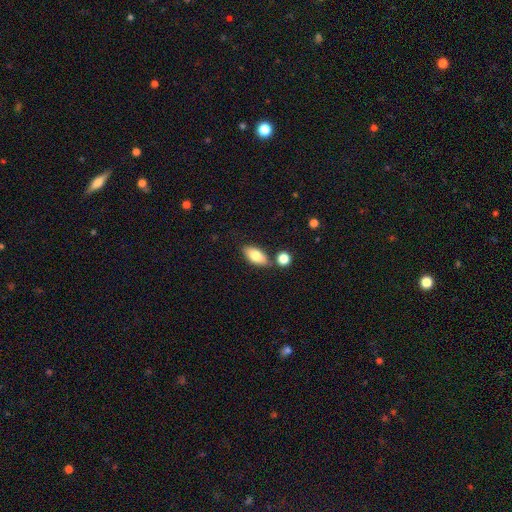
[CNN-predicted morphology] Smooth or featured: smooth — 76% (featured or disk — 17%)
How rounded: in between — 87% (cigar-shaped — 9%)
Merging: none — 75% (minor disturbance — 12%)